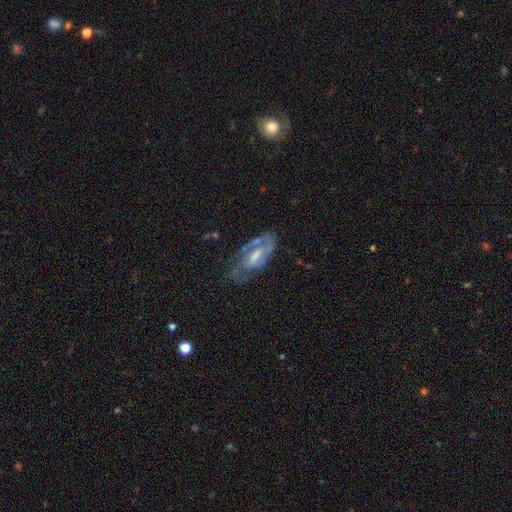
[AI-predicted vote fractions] Smooth or featured? Predicted: featured or disk (p=0.77). Edge-on disk? Predicted: no (p=0.91). Bar? Predicted: weak (p=0.49). Spiral arms? Predicted: yes (p=0.85). Spiral winding? Predicted: medium (p=0.44). Spiral arm count? Predicted: 2 (p=0.54). Bulge size? Predicted: moderate (p=0.48). Merging? Predicted: none (p=0.59).